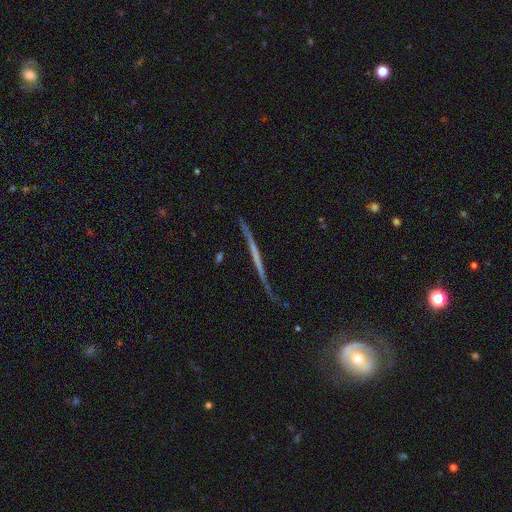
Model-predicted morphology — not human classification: smooth_or_featured: featured or disk (p=0.69) [alt: smooth p=0.22]
disk_edge_on: yes (p=0.90) [alt: no p=0.10]
edge_on_bulge: none (p=0.85) [alt: rounded p=0.09]
merging: none (p=0.66) [alt: minor disturbance p=0.20]